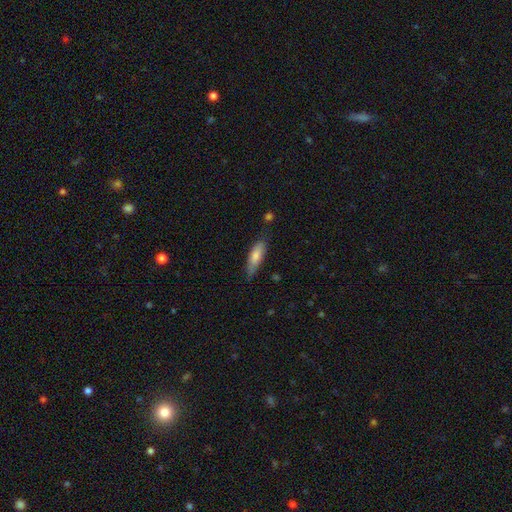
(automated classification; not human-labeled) Smooth or featured: smooth — 70% (featured or disk — 24%)
How rounded: cigar-shaped — 59% (in between — 39%)
Merging: none — 75% (minor disturbance — 19%)